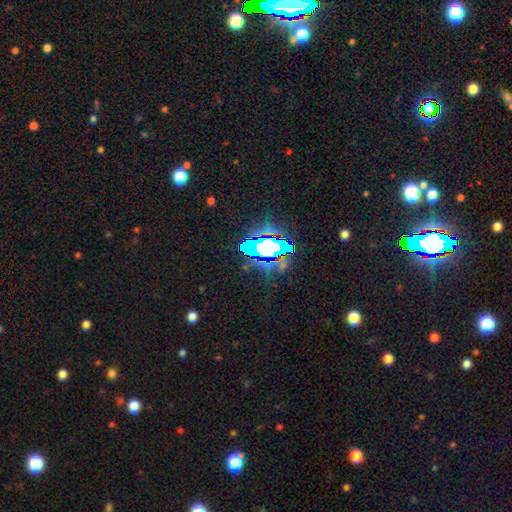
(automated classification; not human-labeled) Q: Smooth or featured?
A: star or artifact (70%); runner-up: smooth (16%)